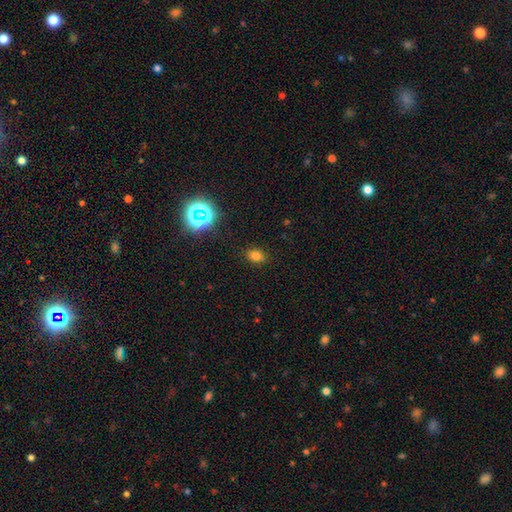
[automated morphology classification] This appears to be a smooth galaxy with no disk features (75%) that is in between round and cigar-shaped (71%). Merging: none (86%).